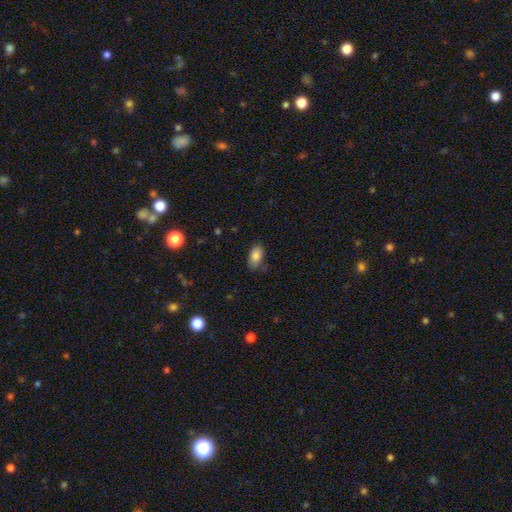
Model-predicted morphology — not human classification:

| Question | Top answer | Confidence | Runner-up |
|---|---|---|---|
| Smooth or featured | smooth | 84% | star or artifact (8%) |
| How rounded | in between | 93% | round (4%) |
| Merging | none | 80% | minor disturbance (15%) |